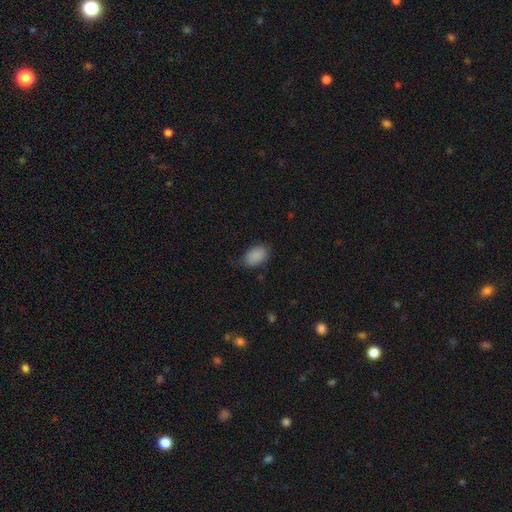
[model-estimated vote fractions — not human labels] smooth_or_featured: smooth (p=0.88) [alt: star or artifact p=0.07]
how_rounded: in between (p=0.89) [alt: round p=0.09]
merging: none (p=0.72) [alt: minor disturbance p=0.22]